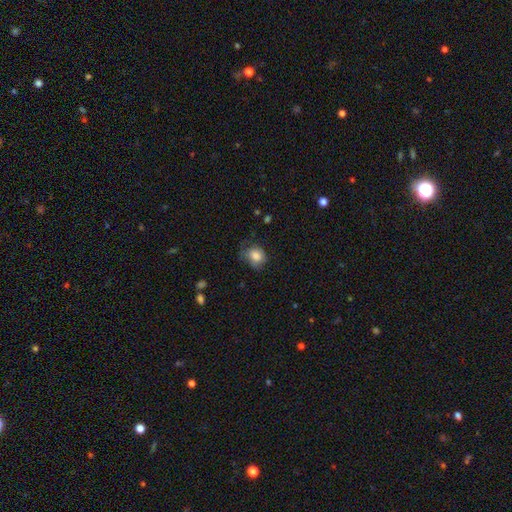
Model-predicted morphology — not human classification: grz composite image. It shows a smooth galaxy with no disk features (80%) that is round (56%). Merging: none (51%).